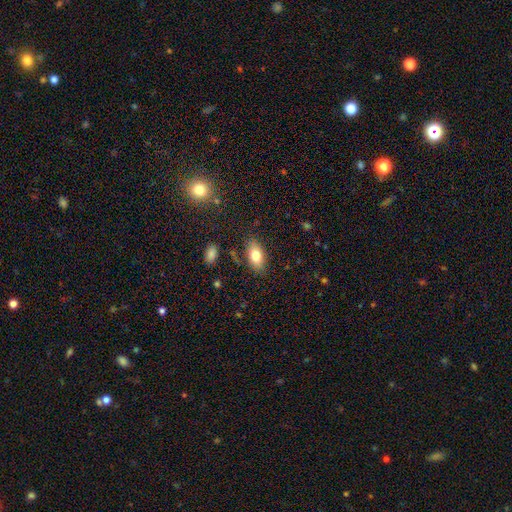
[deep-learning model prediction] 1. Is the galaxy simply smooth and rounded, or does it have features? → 79% smooth, 14% featured or disk, 8% star or artifact.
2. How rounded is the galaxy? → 91% in between, 5% cigar-shaped, 4% round.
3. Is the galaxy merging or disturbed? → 83% none, 12% minor disturbance, 3% major disturbance, 3% merger.